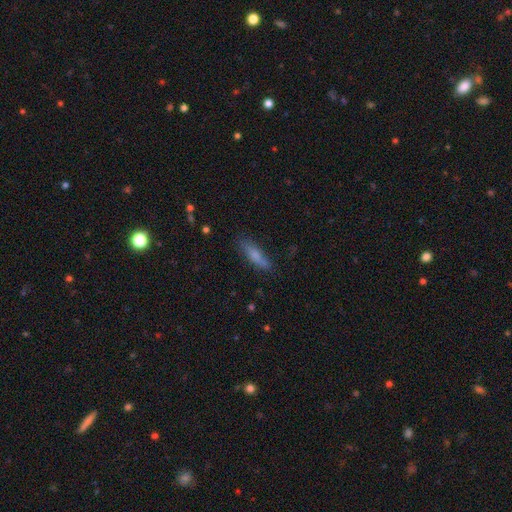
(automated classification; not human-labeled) A smooth galaxy with no disk features (72%) that is cigar-shaped (70%). Merging: none (77%).